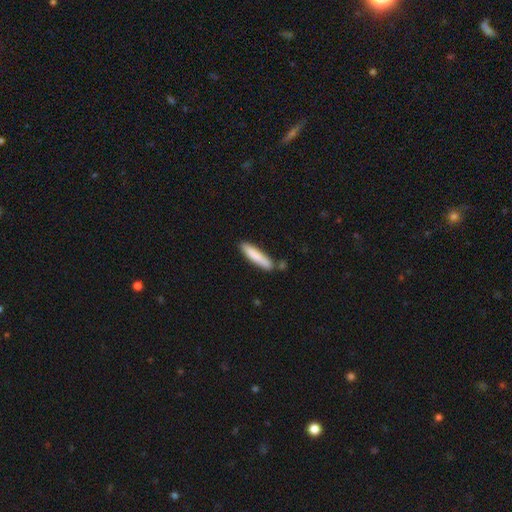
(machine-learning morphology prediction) smooth_or_featured: smooth (p=0.80) [alt: featured or disk p=0.14]
how_rounded: cigar-shaped (p=0.88) [alt: in between p=0.11]
merging: none (p=0.77) [alt: minor disturbance p=0.13]